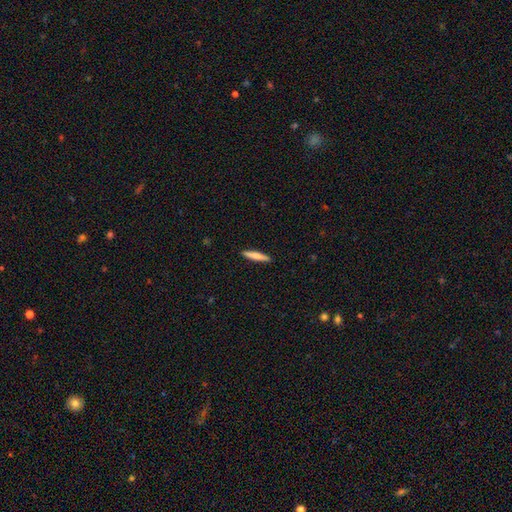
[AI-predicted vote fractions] smooth-or-featured: smooth: 70% | featured or disk: 25% | star or artifact: 5%
  how-rounded: cigar-shaped: 90% | in between: 9% | round: 1%
  merging: none: 92% | minor disturbance: 6% | major disturbance: 1% | merger: 1%